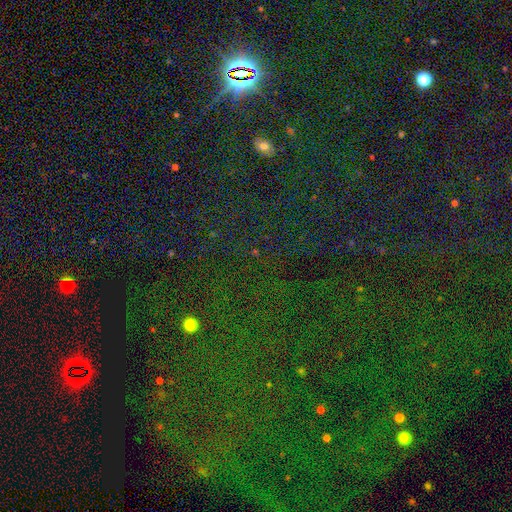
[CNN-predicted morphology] Smooth or featured: star or artifact — 80% (smooth — 12%)